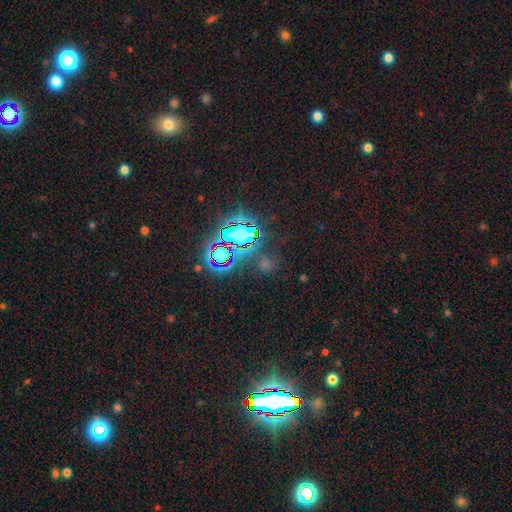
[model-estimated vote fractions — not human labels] Overall: star or artifact (84%).